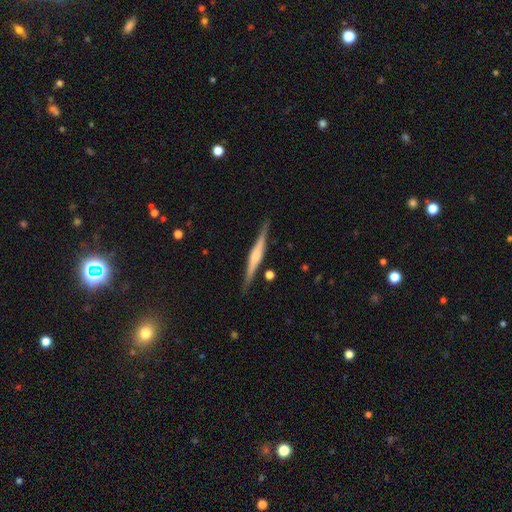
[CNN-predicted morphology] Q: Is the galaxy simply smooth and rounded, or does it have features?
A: featured or disk — 70%.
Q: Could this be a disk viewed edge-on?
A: yes — 98%.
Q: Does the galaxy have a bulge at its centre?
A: rounded — 56%.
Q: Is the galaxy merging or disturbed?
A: none — 88%.